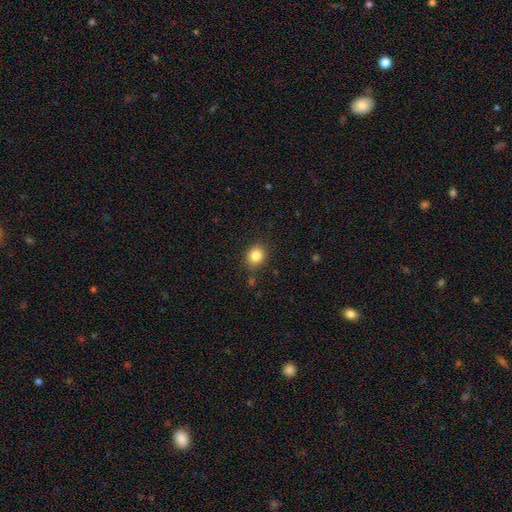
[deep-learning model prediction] Overall: smooth (84%). How rounded: round (71%). Merging: none (85%).